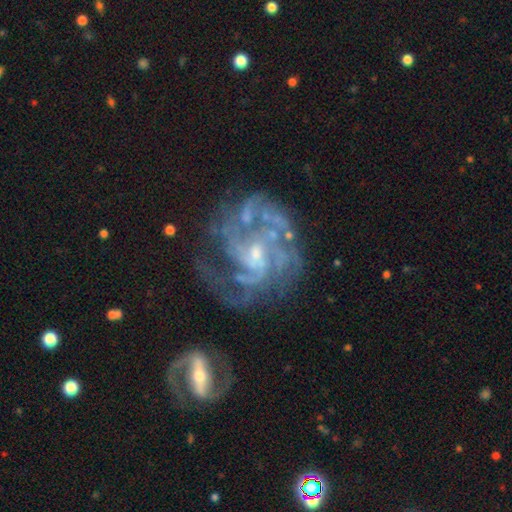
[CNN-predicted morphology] A featured or disk galaxy (89%) with no bar (53%), 3 (25%) tight (44%) spiral arms (95%) and a small central bulge (59%).

Vote fractions:
- Smooth or featured? featured or disk: 89% / star or artifact: 7% / smooth: 5%
- Edge-on disk? no: 98% / yes: 2%
- Bar? no: 53% / weak: 39% / strong: 8%
- Spiral arms? yes: 95% / no: 5%
- Spiral winding? tight: 44% / medium: 43% / loose: 13%
- Spiral arm count? 3: 25% / can't tell: 23% / 4: 23% / 2: 12% / more than 4: 9% / 1: 7%
- Bulge size? small: 59% / moderate: 29% / none: 9% / large: 2% / dominant: 1%
- Merging? none: 51% / major disturbance: 24% / minor disturbance: 19% / merger: 6%